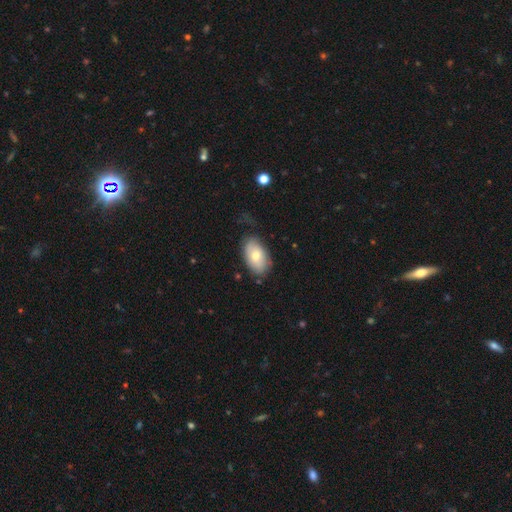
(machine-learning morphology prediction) smooth 68%, featured or disk 25%, star or artifact 6%. Down the decision tree: how rounded — in between (92%); merging — none (68%).